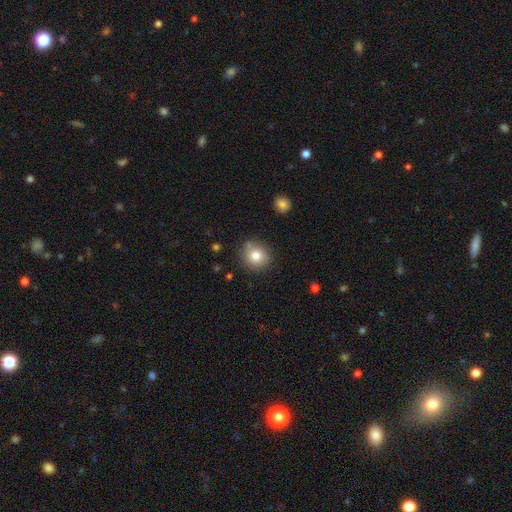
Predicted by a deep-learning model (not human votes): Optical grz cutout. It shows a smooth galaxy with no disk features (78%) that is round (88%). Merging: none (83%).